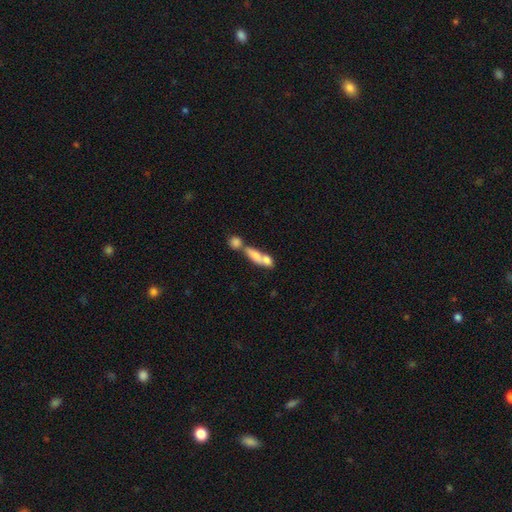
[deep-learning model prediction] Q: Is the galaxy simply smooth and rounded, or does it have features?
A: smooth — 62%.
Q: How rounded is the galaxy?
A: cigar-shaped — 47%.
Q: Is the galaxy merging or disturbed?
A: merger — 59%.